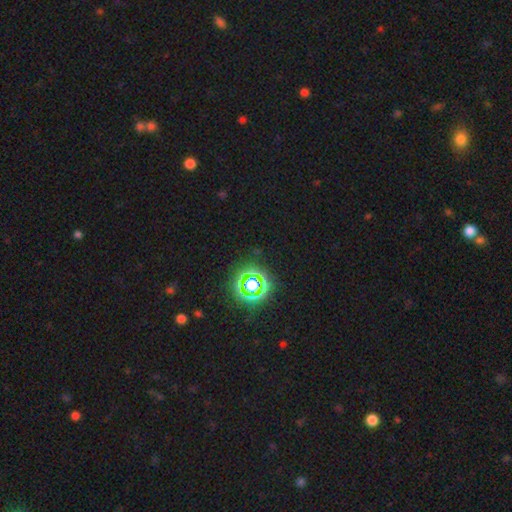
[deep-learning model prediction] smooth-or-featured: star or artifact: 76% | smooth: 17% | featured or disk: 7%